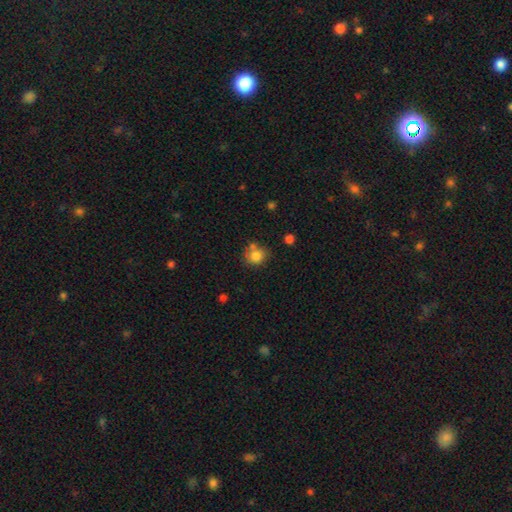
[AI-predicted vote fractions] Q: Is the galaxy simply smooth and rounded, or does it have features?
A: smooth — 82%.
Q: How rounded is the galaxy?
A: round — 82%.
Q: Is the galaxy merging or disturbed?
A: none — 61%.